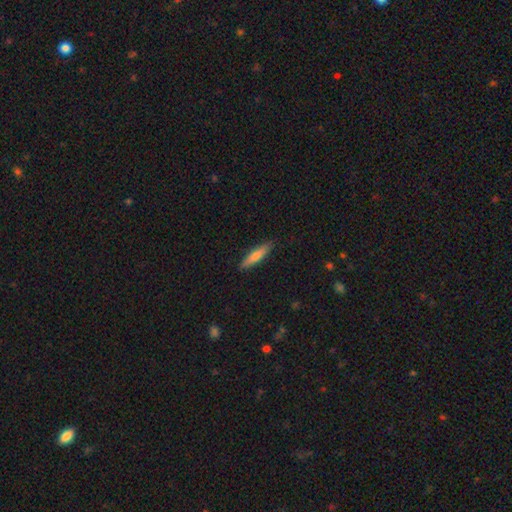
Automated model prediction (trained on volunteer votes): Smooth or featured? Predicted: smooth (p=0.70). How rounded? Predicted: cigar-shaped (p=0.81). Merging? Predicted: none (p=0.89).